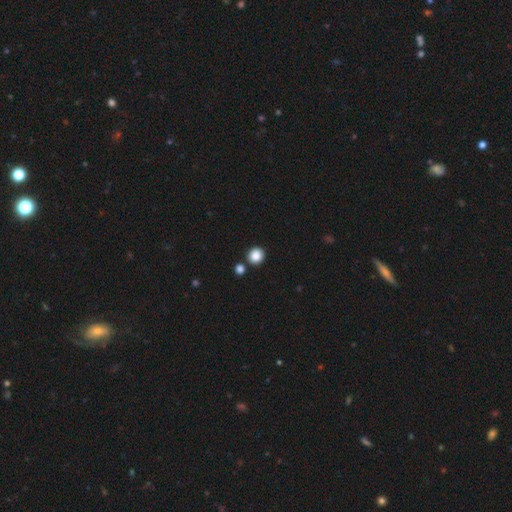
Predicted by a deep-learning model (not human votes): Q: Smooth or featured?
A: smooth (87%); runner-up: star or artifact (10%)
Q: How rounded?
A: round (90%); runner-up: in between (9%)
Q: Merging?
A: none (83%); runner-up: merger (8%)